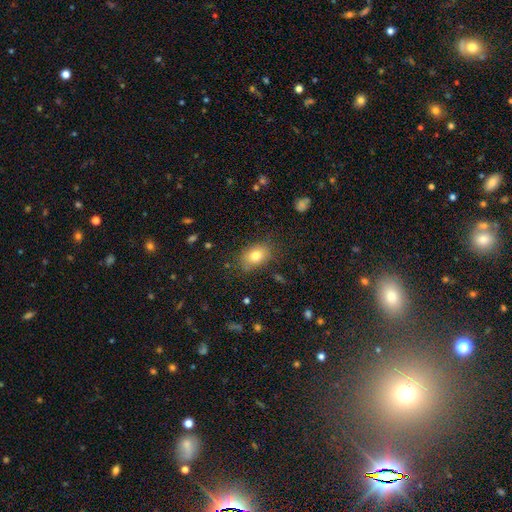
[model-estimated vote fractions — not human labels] smooth_or_featured: smooth (p=0.79) [alt: featured or disk p=0.11]
how_rounded: in between (p=0.80) [alt: round p=0.18]
merging: none (p=0.78) [alt: minor disturbance p=0.16]